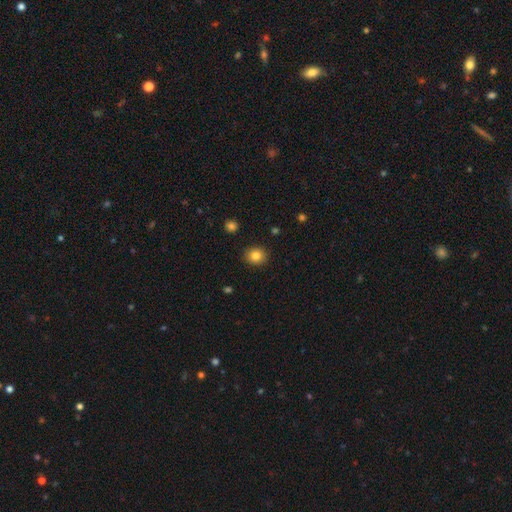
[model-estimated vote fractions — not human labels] smooth_or_featured: smooth (p=0.83) [alt: star or artifact p=0.11]
how_rounded: round (p=0.78) [alt: in between p=0.22]
merging: none (p=0.90) [alt: minor disturbance p=0.06]